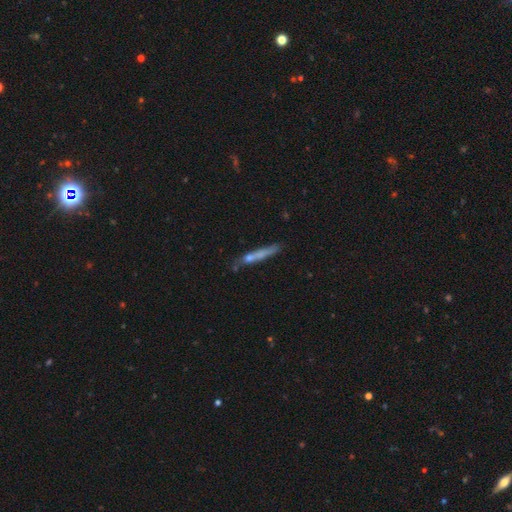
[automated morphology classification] smooth 57%, featured or disk 34%, star or artifact 9%. Down the decision tree: how rounded — cigar-shaped (95%); merging — none (71%).